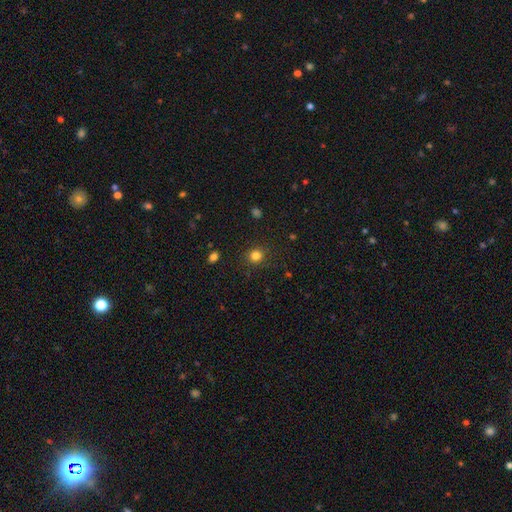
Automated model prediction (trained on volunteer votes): Morphology: type=smooth (82%); roundness=round (86%); merging=none (87%).